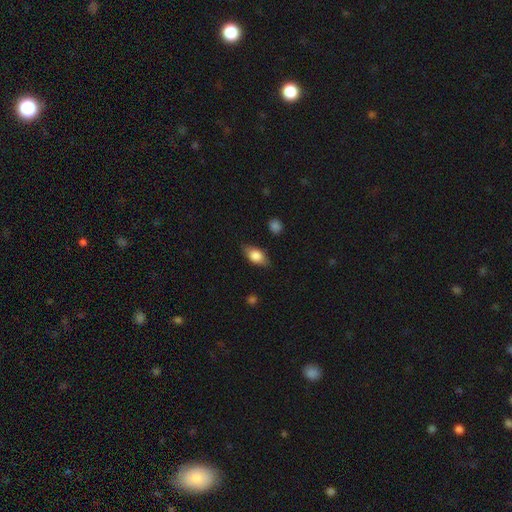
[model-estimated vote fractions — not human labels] A smooth galaxy with no disk features (75%) that is in between round and cigar-shaped (84%).

Vote fractions:
- Smooth or featured? smooth: 75% / featured or disk: 18% / star or artifact: 7%
- How rounded? in between: 84% / cigar-shaped: 8% / round: 8%
- Merging? none: 80% / minor disturbance: 15% / major disturbance: 3% / merger: 1%